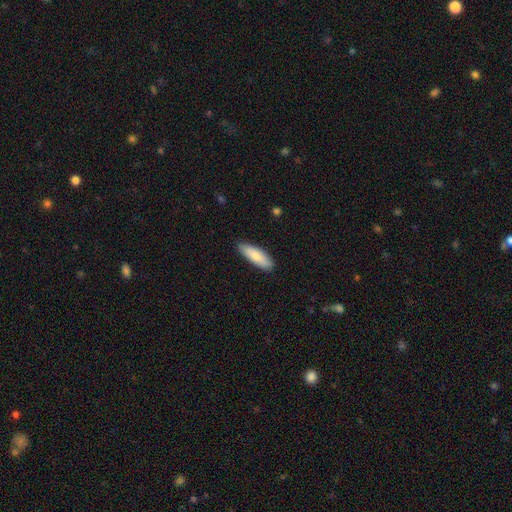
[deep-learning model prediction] A smooth galaxy with no disk features (81%) that is in between round and cigar-shaped (51%). Merging: none (87%).